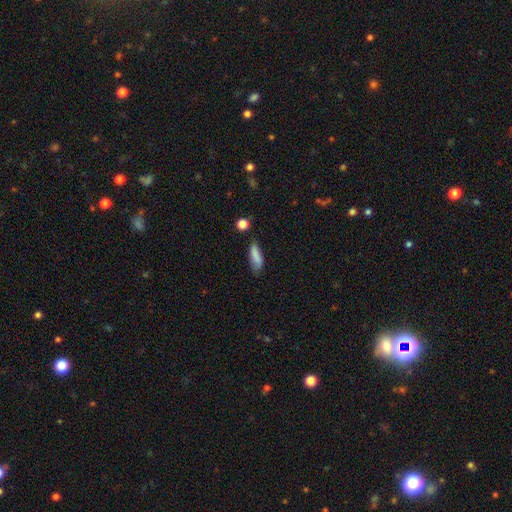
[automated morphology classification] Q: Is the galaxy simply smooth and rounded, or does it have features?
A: smooth — 82%.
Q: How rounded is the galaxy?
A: in between — 49%.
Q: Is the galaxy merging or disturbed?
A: none — 60%.